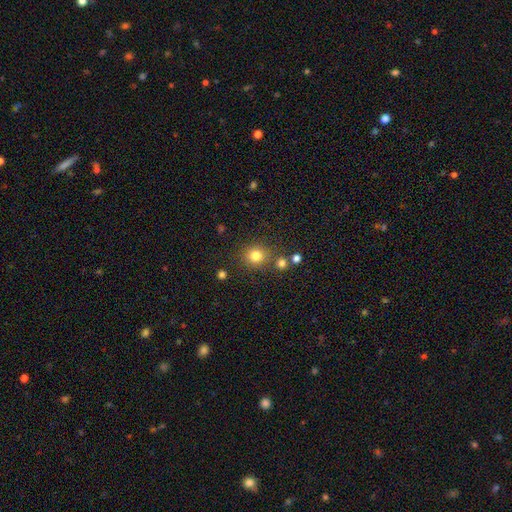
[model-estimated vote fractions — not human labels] Smooth or featured?
  - smooth: 80% *
  - star or artifact: 14%
  - featured or disk: 6%
How rounded?
  - round: 87% *
  - in between: 12%
  - cigar-shaped: 1%
Merging?
  - none: 79% *
  - minor disturbance: 9%
  - merger: 8%
  - major disturbance: 4%